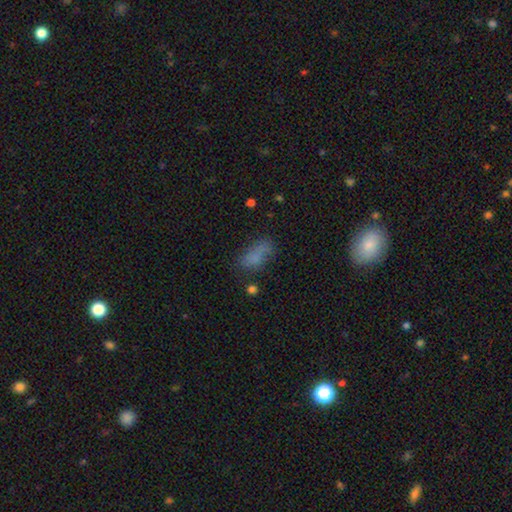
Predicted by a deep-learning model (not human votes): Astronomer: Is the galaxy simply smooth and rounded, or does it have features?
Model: smooth — 71%.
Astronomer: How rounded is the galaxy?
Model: in between — 77%.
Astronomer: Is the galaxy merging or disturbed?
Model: none — 53%.